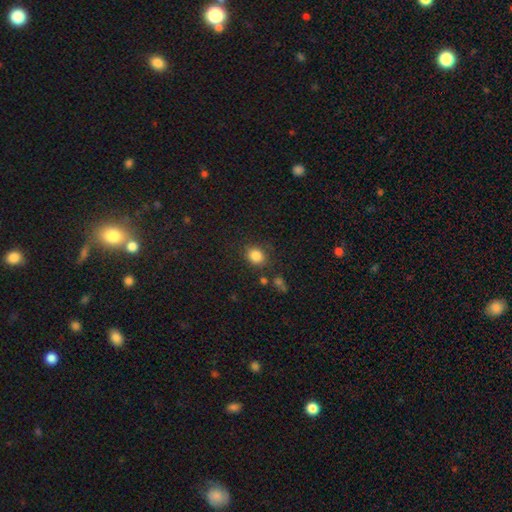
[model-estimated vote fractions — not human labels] Smooth or featured? smooth (84%)
How rounded? round (55%)
Merging? none (77%)